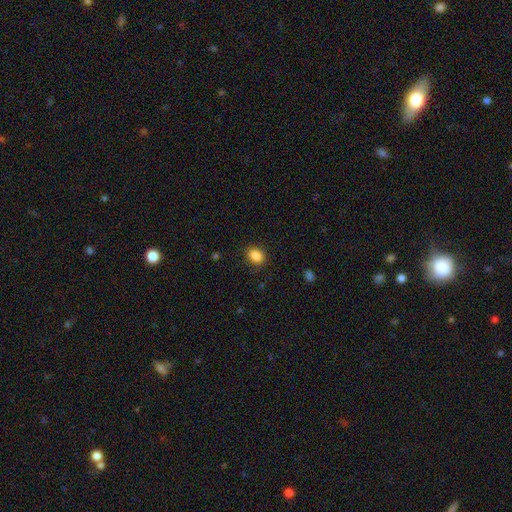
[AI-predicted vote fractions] This is clearly a smooth galaxy (87%). How rounded: possibly in between (52%). Merging: clearly none (88%).